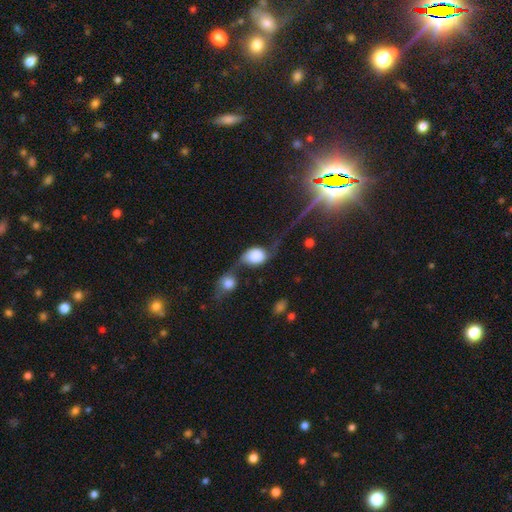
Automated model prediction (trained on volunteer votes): Overall: smooth (55%; featured or disk 36%). How rounded: in between (61%; round 38%). Merging: merger (46%; major disturbance 21%).